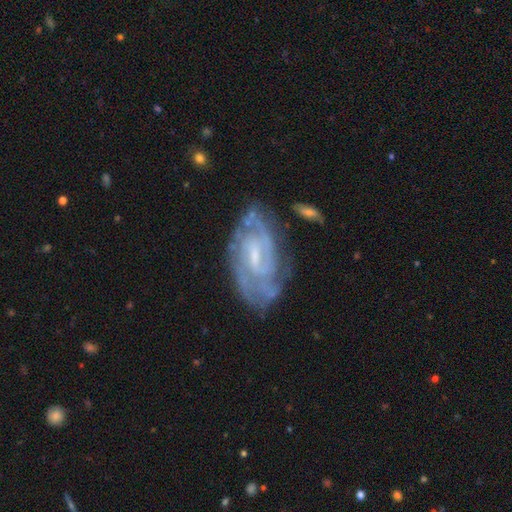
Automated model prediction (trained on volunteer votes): featured or disk 86%, smooth 9%, star or artifact 6%. Down the decision tree: edge-on disk — no (95%); bar — weak (57%); spiral arms — yes (94%); spiral arm count — 2 (41%); spiral winding — tight (60%); bulge size — small (57%); merging — none (69%).